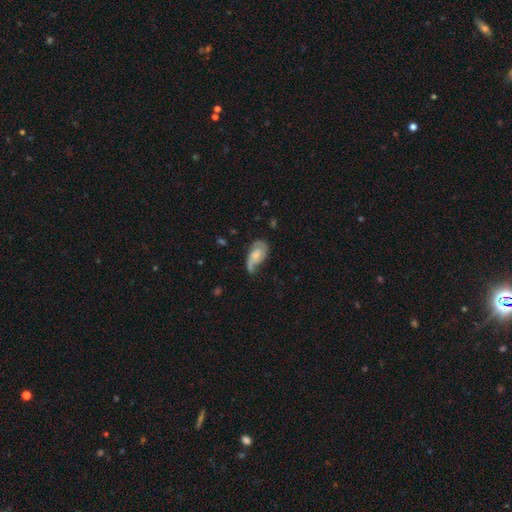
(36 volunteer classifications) Smooth or featured? featured or disk (67%)
Edge-on disk? no (100%)
Bar? no (67%)
Spiral arms? yes (100%)
Spiral winding? tight (42%)
Spiral arm count? 2 (75%)
Bulge size? small (54%)
Merging? none (46%)